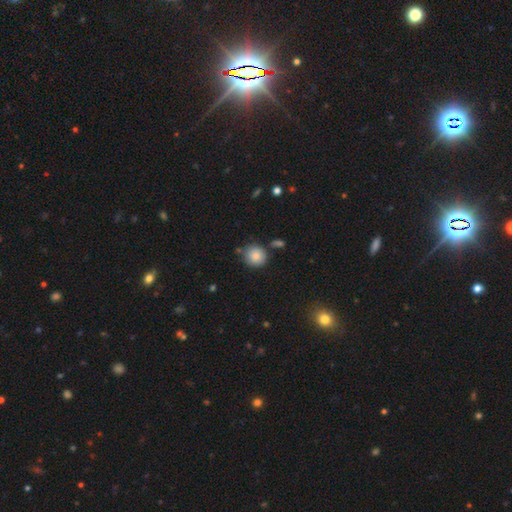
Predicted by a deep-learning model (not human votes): smooth-or-featured: smooth: 86% | star or artifact: 8% | featured or disk: 6%
  how-rounded: round: 89% | in between: 10% | cigar-shaped: 1%
  merging: none: 77% | minor disturbance: 13% | merger: 7% | major disturbance: 3%